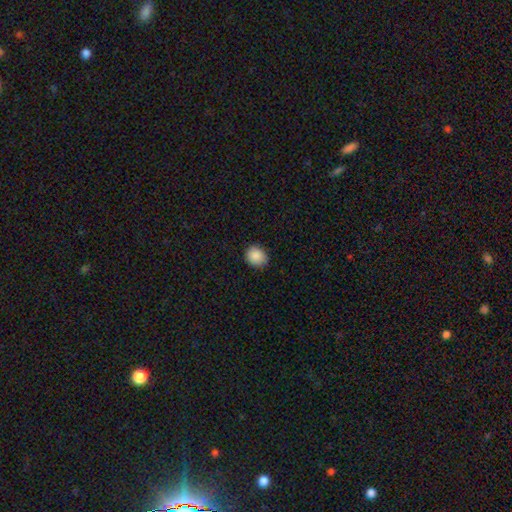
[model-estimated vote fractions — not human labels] Smooth or featured?
  - smooth: 89% *
  - star or artifact: 8%
  - featured or disk: 3%
How rounded?
  - round: 67% *
  - in between: 32%
  - cigar-shaped: 1%
Merging?
  - none: 85% *
  - minor disturbance: 12%
  - major disturbance: 2%
  - merger: 1%